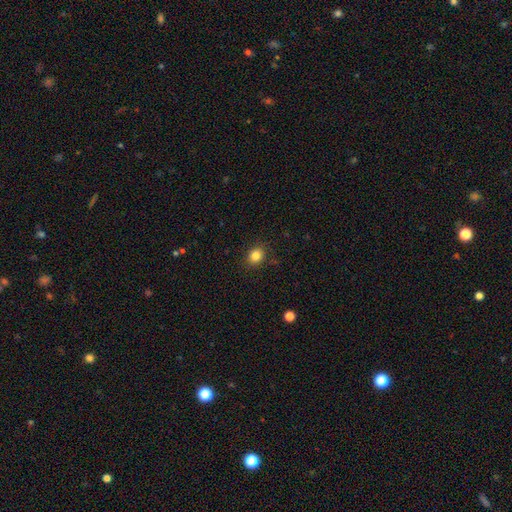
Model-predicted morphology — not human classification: smooth-or-featured: smooth: 84% | star or artifact: 11% | featured or disk: 5%
  how-rounded: round: 61% | in between: 38% | cigar-shaped: 1%
  merging: none: 87% | minor disturbance: 9% | major disturbance: 3% | merger: 1%